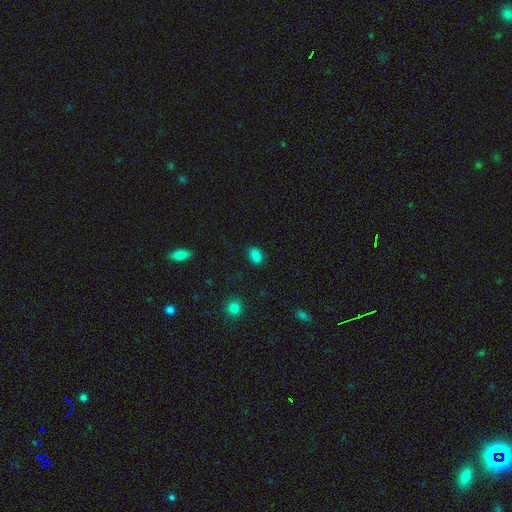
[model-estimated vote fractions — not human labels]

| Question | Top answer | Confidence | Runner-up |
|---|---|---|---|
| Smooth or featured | smooth | 84% | star or artifact (13%) |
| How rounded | in between | 72% | round (27%) |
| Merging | none | 86% | minor disturbance (10%) |